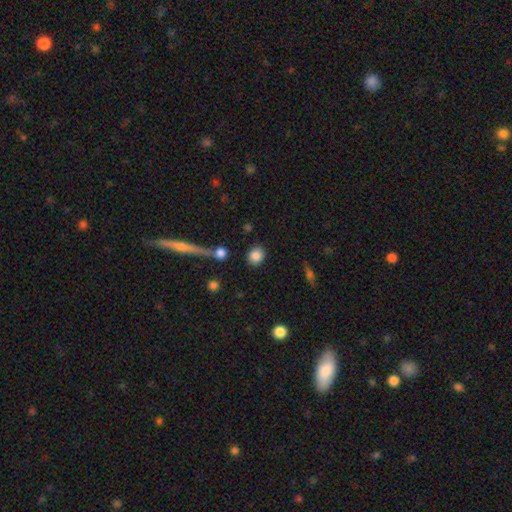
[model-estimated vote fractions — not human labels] Smooth or featured: smooth — 85% (star or artifact — 8%)
How rounded: round — 72% (in between — 26%)
Merging: none — 85% (minor disturbance — 8%)